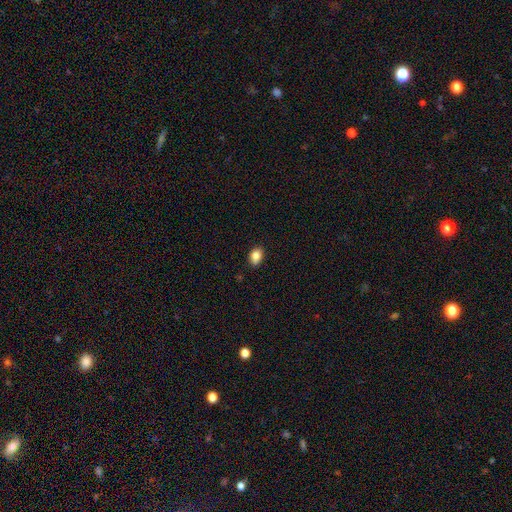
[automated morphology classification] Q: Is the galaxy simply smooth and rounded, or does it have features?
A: smooth — 85%.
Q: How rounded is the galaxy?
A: in between — 78%.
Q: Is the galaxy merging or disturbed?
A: none — 84%.